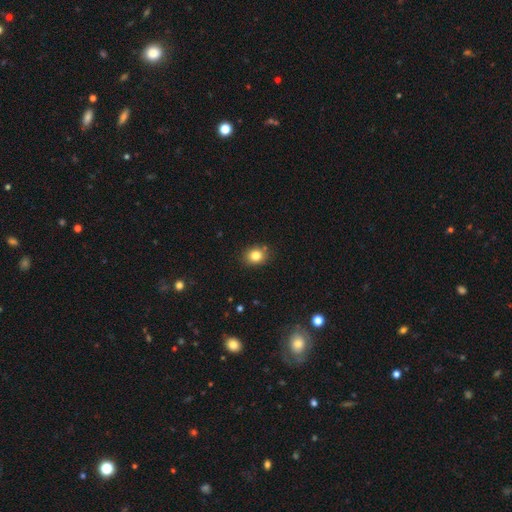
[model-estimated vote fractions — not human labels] smooth-or-featured: smooth: 83% | star or artifact: 11% | featured or disk: 6%
  how-rounded: round: 58% | in between: 41% | cigar-shaped: 1%
  merging: none: 83% | minor disturbance: 11% | merger: 3% | major disturbance: 3%